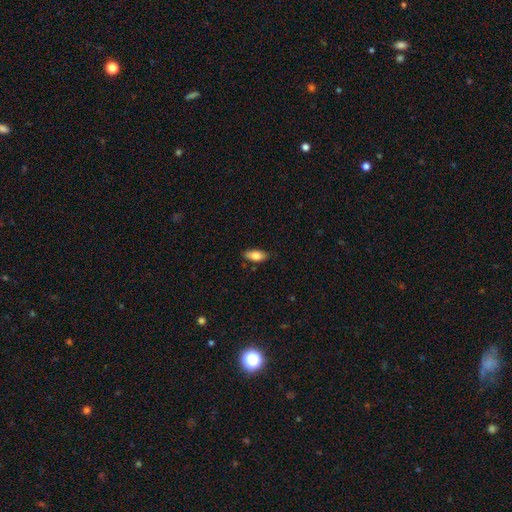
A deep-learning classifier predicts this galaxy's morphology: type=smooth (80%); roundness=in between (86%); merging=none (84%).